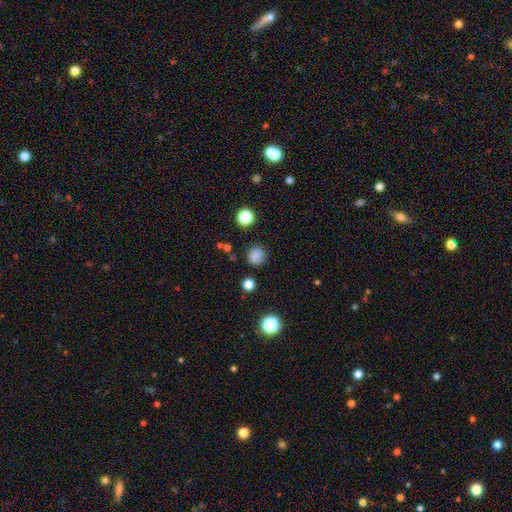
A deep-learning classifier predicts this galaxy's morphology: This is likely a smooth galaxy (77%). How rounded: clearly round (86%). Merging: likely none (80%).